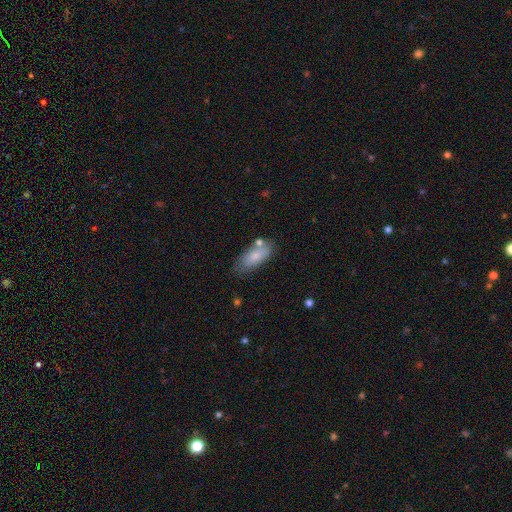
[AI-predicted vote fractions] Smooth or featured: smooth — 79% (featured or disk — 14%)
How rounded: in between — 84% (cigar-shaped — 14%)
Merging: none — 66% (minor disturbance — 20%)